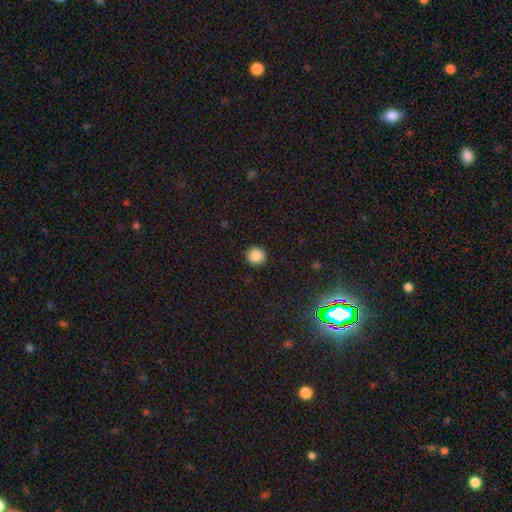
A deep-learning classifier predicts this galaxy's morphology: Overall: smooth (87%). How rounded: round (89%). Merging: none (91%).